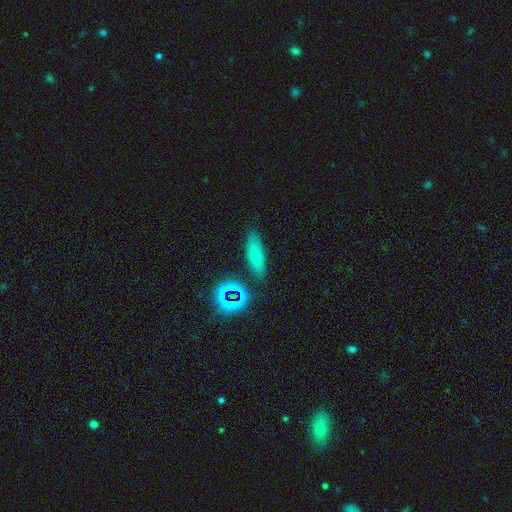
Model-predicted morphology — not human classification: Overall: smooth (56%; featured or disk 26%). How rounded: in between (57%; cigar-shaped 35%). Merging: none (82%).